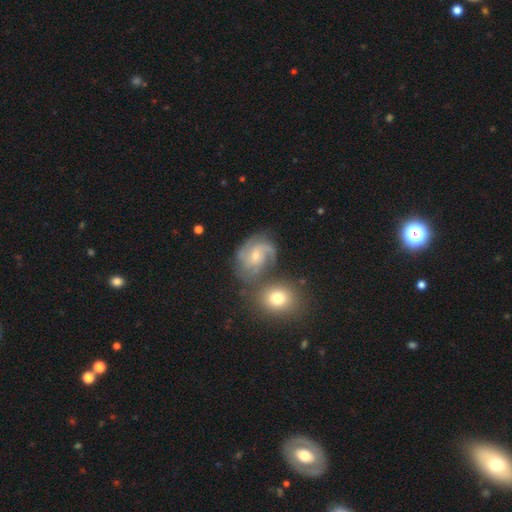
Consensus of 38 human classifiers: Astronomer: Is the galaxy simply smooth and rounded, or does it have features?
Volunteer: featured or disk — 92%.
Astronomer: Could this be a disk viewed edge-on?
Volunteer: no — 97%.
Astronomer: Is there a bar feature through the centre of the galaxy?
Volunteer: no — 62%.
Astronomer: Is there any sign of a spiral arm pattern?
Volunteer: yes — 97%.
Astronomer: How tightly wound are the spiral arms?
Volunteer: medium — 52% (runner-up: tight, 33%).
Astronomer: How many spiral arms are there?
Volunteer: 3 — 48%.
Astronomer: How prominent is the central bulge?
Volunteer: small — 65%.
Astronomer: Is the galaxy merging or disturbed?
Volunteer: none — 67%.